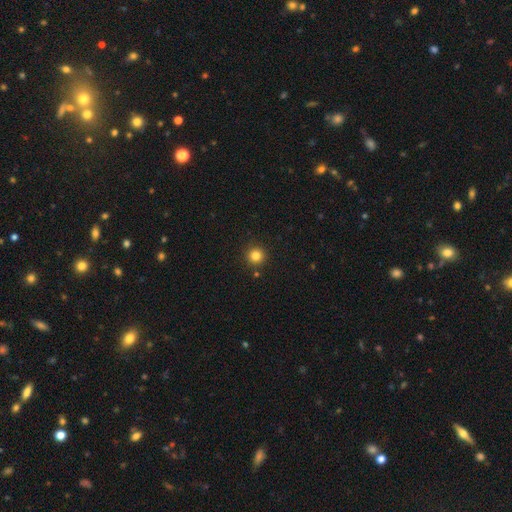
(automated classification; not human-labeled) smooth-or-featured: smooth: 83% | star or artifact: 12% | featured or disk: 4%
  how-rounded: round: 95% | in between: 4% | cigar-shaped: 1%
  merging: none: 90% | minor disturbance: 5% | merger: 3% | major disturbance: 2%